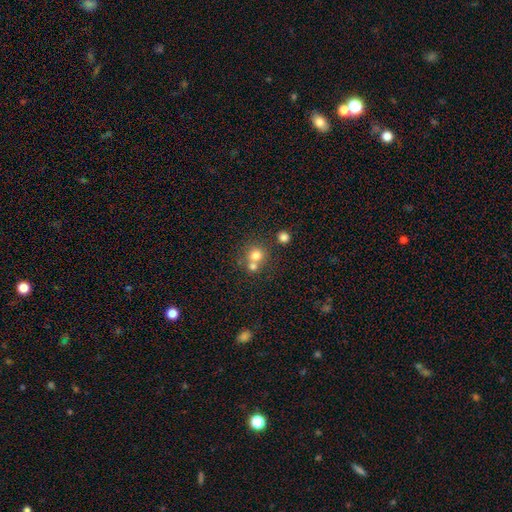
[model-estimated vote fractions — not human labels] Overall: smooth (75%). How rounded: round (88%). Merging: none (49%; merger 42%).